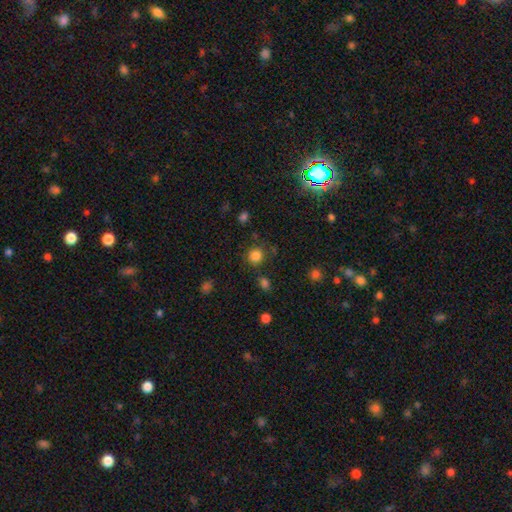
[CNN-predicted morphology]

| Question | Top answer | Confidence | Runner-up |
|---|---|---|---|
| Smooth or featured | smooth | 82% | star or artifact (13%) |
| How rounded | round | 90% | in between (9%) |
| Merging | none | 81% | minor disturbance (10%) |